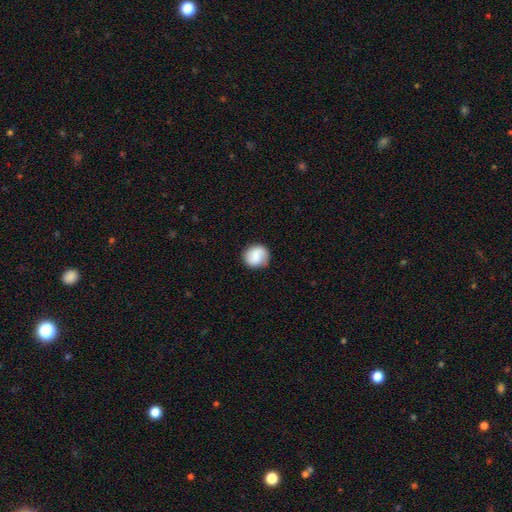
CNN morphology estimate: Smooth or featured: smooth — 74% (featured or disk — 18%)
How rounded: round — 86% (in between — 13%)
Merging: none — 84% (minor disturbance — 12%)